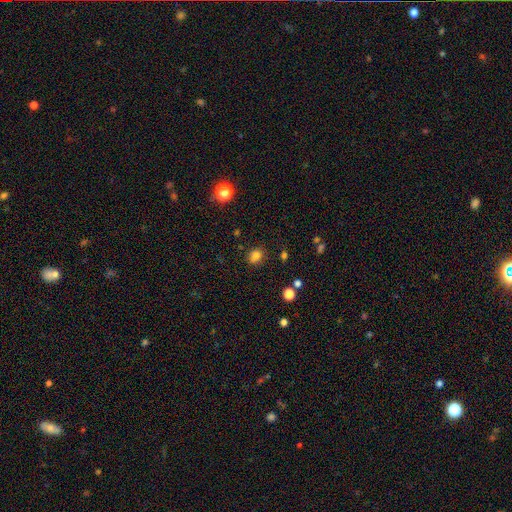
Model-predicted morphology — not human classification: smooth 80%, star or artifact 14%, featured or disk 6%. Down the decision tree: how rounded — round (52%); merging — none (80%).